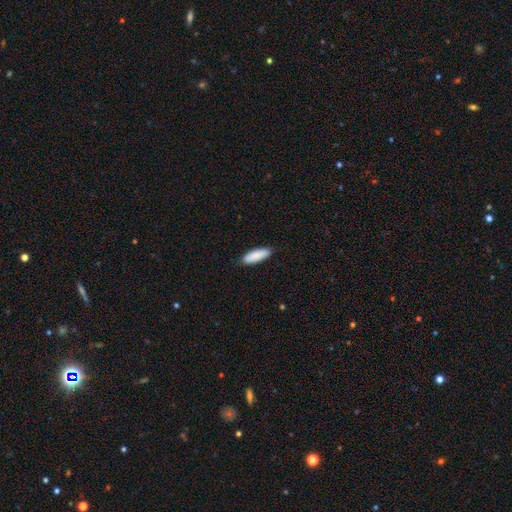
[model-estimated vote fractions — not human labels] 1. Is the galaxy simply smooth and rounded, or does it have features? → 89% smooth, 6% featured or disk, 5% star or artifact.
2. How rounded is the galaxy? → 53% in between, 46% cigar-shaped, 2% round.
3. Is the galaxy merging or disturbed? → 88% none, 9% minor disturbance, 2% major disturbance, 1% merger.